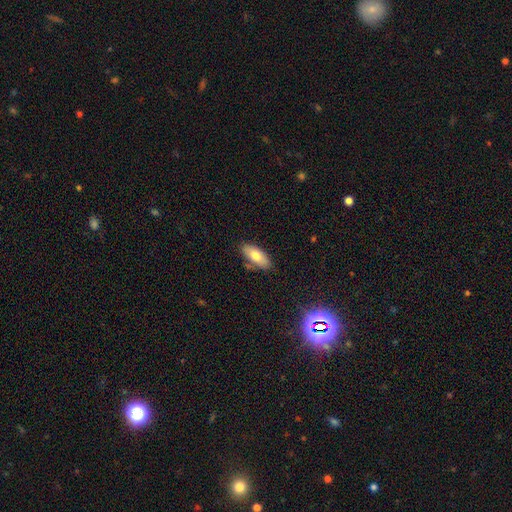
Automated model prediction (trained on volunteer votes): Overall: smooth (75%). How rounded: in between (86%). Merging: none (80%).